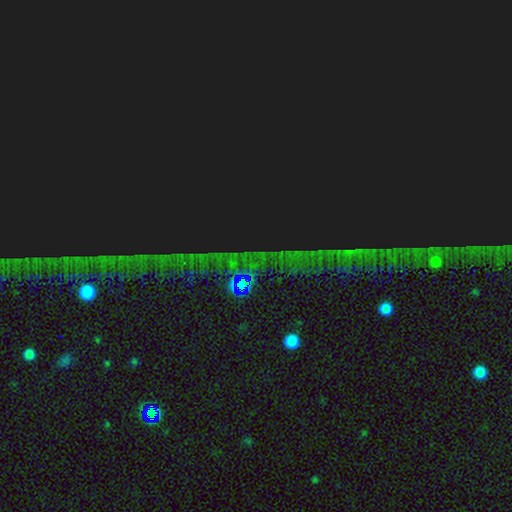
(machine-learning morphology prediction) smooth-or-featured: star or artifact: 84% | featured or disk: 9% | smooth: 8%